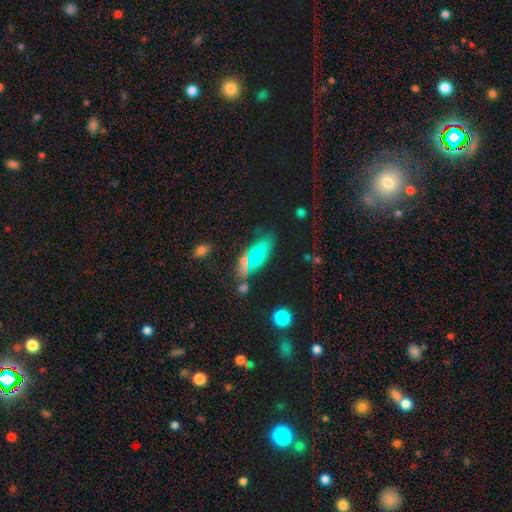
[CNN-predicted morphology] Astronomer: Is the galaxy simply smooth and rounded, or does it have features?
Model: smooth — 66%.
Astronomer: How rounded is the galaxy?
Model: in between — 74%.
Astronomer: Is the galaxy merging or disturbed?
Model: none — 61%.